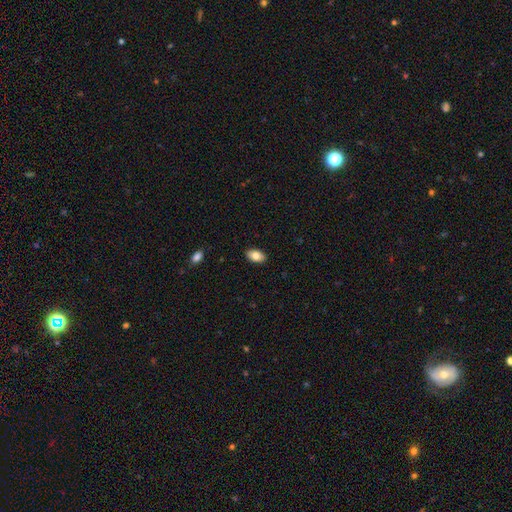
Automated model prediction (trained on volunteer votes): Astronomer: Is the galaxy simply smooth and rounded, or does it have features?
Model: smooth — 82%.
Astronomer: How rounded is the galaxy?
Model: in between — 93%.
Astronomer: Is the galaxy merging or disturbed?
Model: none — 89%.